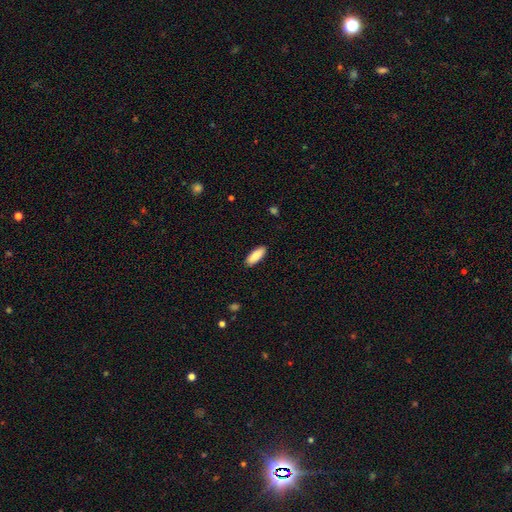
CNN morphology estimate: Smooth or featured: smooth — 90% (star or artifact — 5%)
How rounded: in between — 72% (cigar-shaped — 27%)
Merging: none — 90% (minor disturbance — 8%)